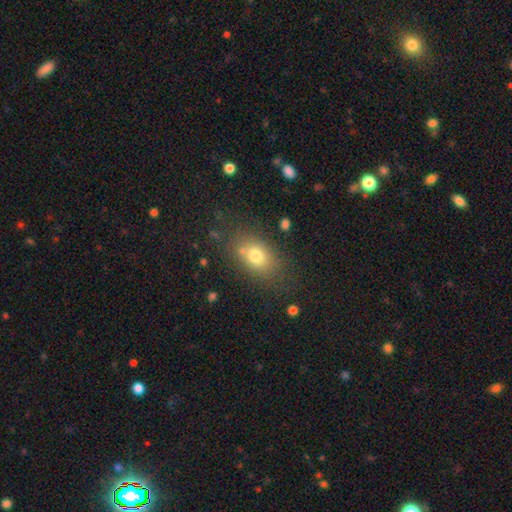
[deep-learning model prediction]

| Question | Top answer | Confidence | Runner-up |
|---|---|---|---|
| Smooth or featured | smooth | 74% | featured or disk (13%) |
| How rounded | in between | 73% | round (25%) |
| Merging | none | 74% | minor disturbance (14%) |